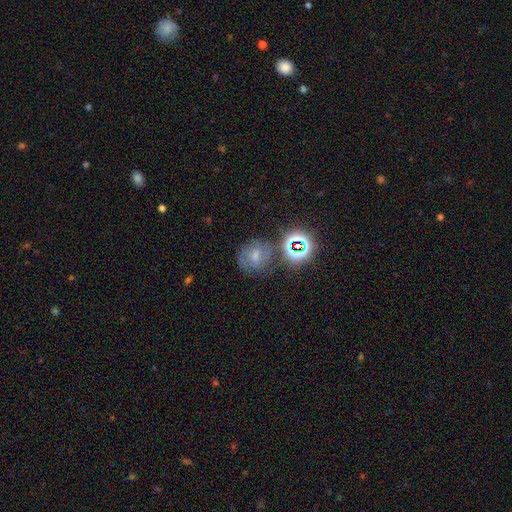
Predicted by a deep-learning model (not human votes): Smooth or featured? featured or disk (41%)
Merging? none (62%)